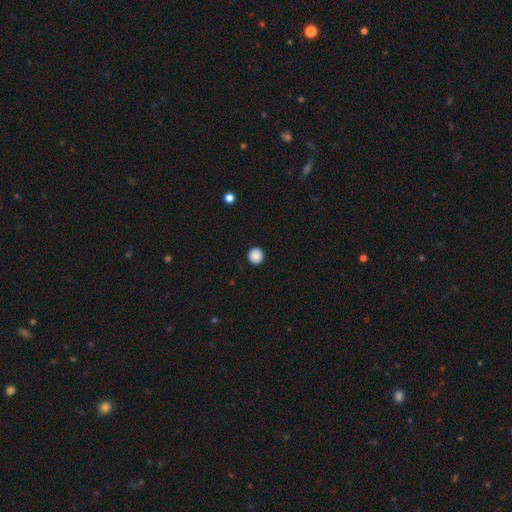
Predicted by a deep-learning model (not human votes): A smooth galaxy with no disk features (89%) that is round (94%). Merging: none (93%).